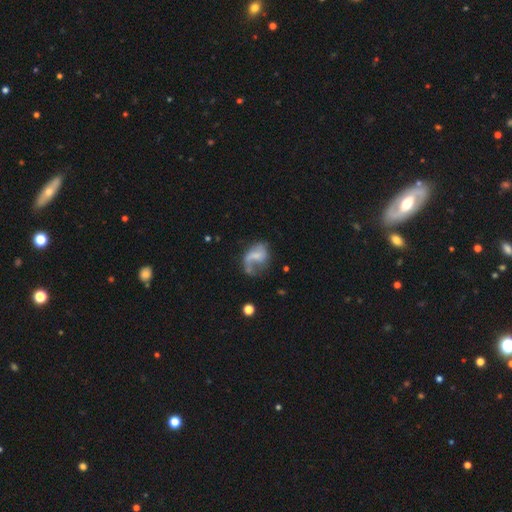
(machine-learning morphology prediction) Smooth or featured? featured or disk (55%)
Edge-on disk? no (97%)
Bar? no (58%)
Spiral arms? yes (68%)
Bulge size? none (45%)
Merging? major disturbance (41%)